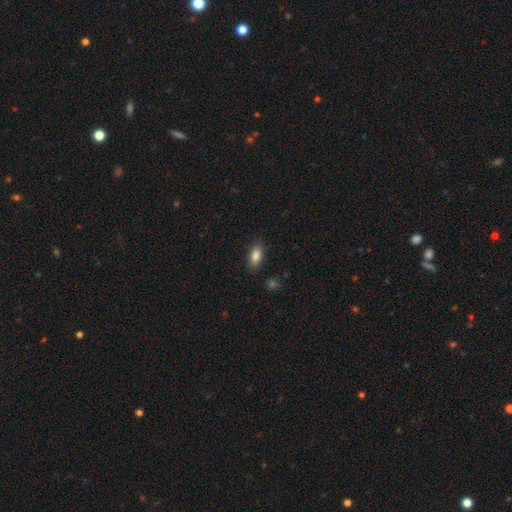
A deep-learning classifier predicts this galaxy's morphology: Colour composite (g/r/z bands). It shows a smooth galaxy with no disk features (86%) that is in between round and cigar-shaped (89%). Merging: none (86%).